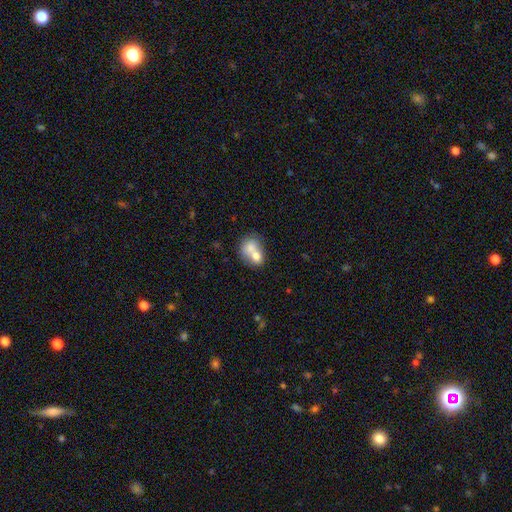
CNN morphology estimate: A smooth galaxy with no disk features (68%) that is in between round and cigar-shaped (51%).

Vote fractions:
- Smooth or featured? smooth: 68% / featured or disk: 24% / star or artifact: 9%
- How rounded? in between: 51% / round: 47% / cigar-shaped: 1%
- Merging? merger: 67% / none: 22% / minor disturbance: 8% / major disturbance: 4%